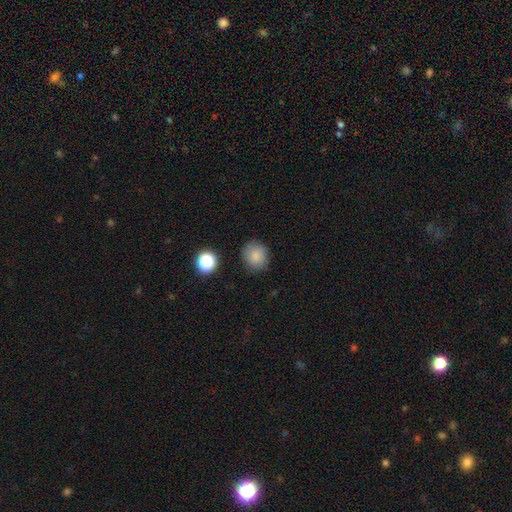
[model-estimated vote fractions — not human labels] smooth-or-featured: smooth: 82% | star or artifact: 11% | featured or disk: 7%
  how-rounded: round: 84% | in between: 16% | cigar-shaped: 1%
  merging: none: 82% | minor disturbance: 12% | major disturbance: 3% | merger: 2%